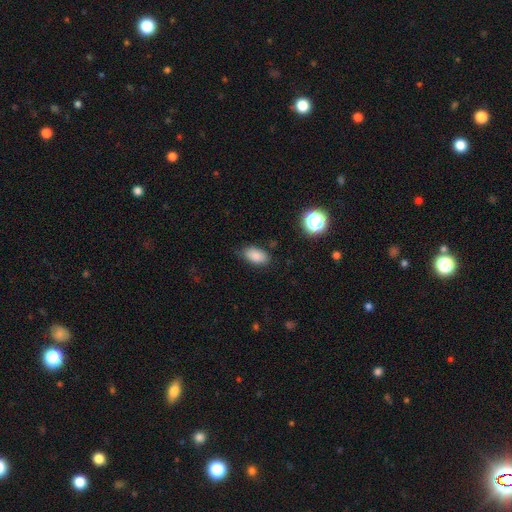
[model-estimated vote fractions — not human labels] Smooth or featured? Predicted: smooth (p=0.85). How rounded? Predicted: in between (p=0.92). Merging? Predicted: none (p=0.79).